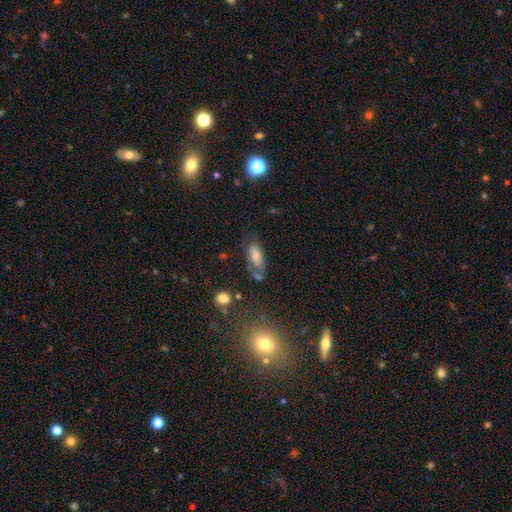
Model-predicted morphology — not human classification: type=smooth (70%); roundness=in between (81%); merging=none (51%).